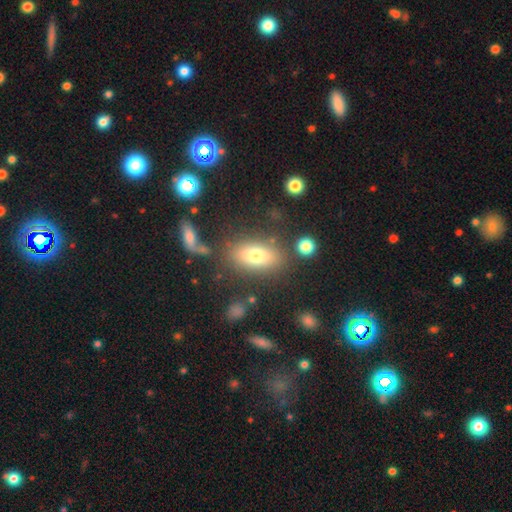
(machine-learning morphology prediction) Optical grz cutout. It shows a smooth galaxy with no disk features (73%) that is in between round and cigar-shaped (83%). Merging: none (74%).